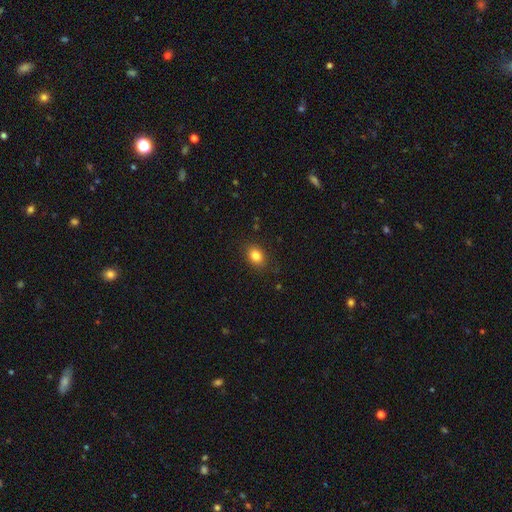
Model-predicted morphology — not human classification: A smooth galaxy with no disk features (83%) that is in between round and cigar-shaped (68%). Merging: none (87%).